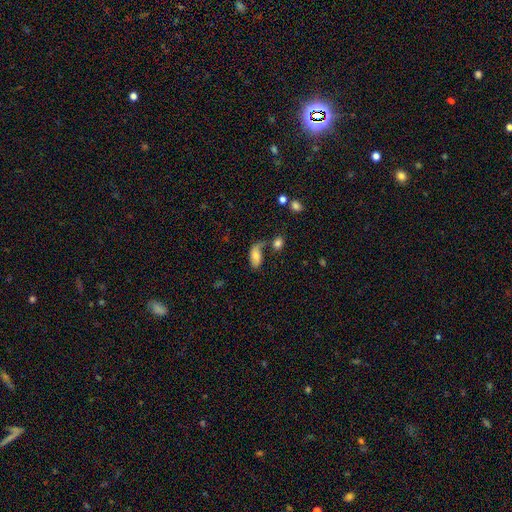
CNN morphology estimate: Q: Smooth or featured?
A: smooth (63%); runner-up: featured or disk (28%)
Q: How rounded?
A: in between (90%); runner-up: cigar-shaped (5%)
Q: Merging?
A: none (35%); runner-up: merger (28%)